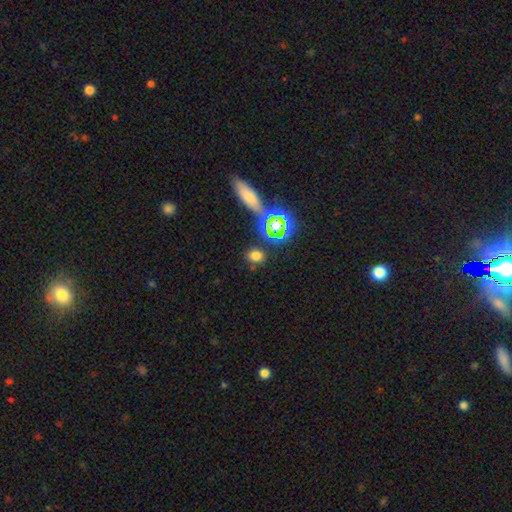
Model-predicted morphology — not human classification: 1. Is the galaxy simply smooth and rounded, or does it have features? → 68% smooth, 25% star or artifact, 7% featured or disk.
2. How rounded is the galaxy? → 57% round, 40% in between, 3% cigar-shaped.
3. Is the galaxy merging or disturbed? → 82% none, 9% minor disturbance, 5% merger, 3% major disturbance.